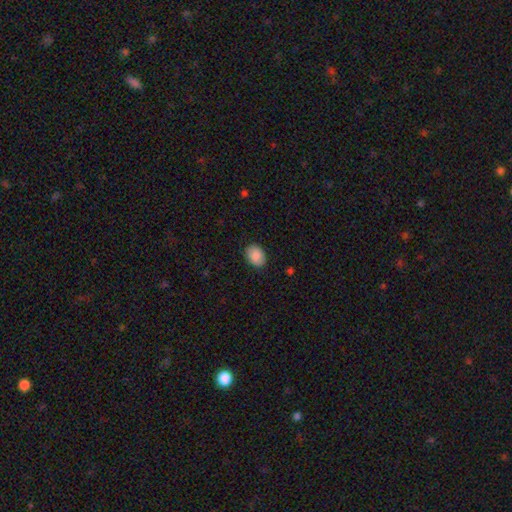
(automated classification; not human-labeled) smooth 88%, star or artifact 7%, featured or disk 5%. Down the decision tree: how rounded — in between (70%); merging — none (86%).